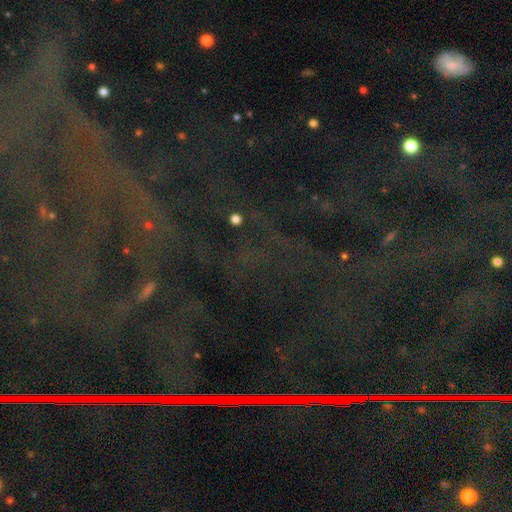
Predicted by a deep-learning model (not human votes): star or artifact 85%, featured or disk 8%, smooth 7%.